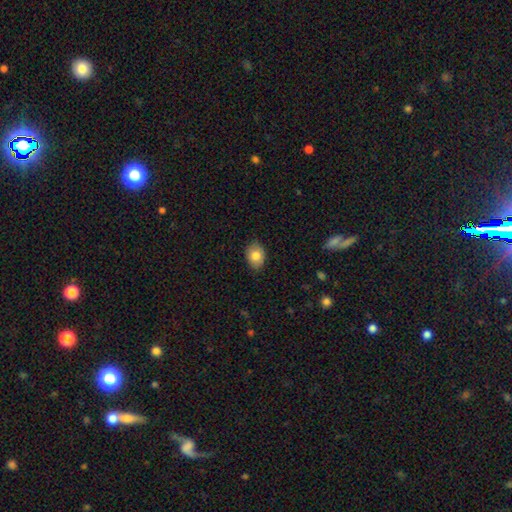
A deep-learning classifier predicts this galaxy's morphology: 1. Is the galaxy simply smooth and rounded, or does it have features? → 82% smooth, 10% featured or disk, 8% star or artifact.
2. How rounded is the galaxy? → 69% in between, 30% round, 1% cigar-shaped.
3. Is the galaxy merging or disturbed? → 85% none, 12% minor disturbance, 2% major disturbance, 1% merger.